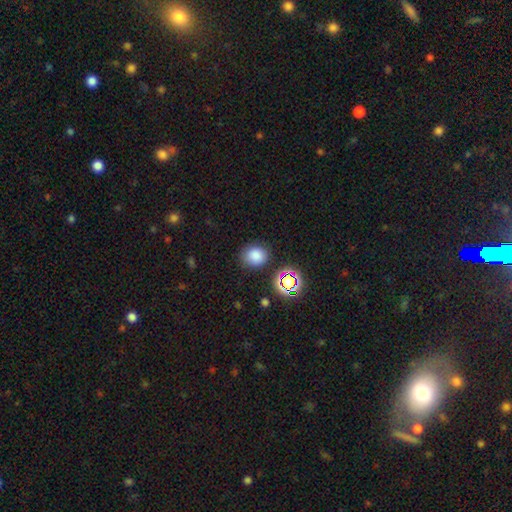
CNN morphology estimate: A smooth galaxy with no disk features (78%) that is round (69%).

Vote fractions:
- Smooth or featured? smooth: 78% / star or artifact: 15% / featured or disk: 6%
- How rounded? round: 69% / in between: 30% / cigar-shaped: 1%
- Merging? none: 80% / minor disturbance: 13% / major disturbance: 4% / merger: 3%